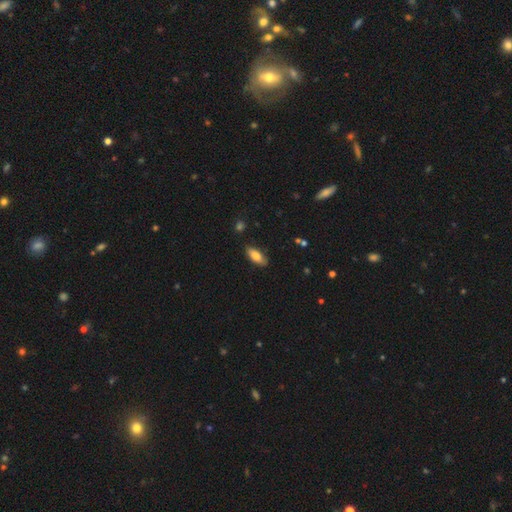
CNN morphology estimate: This is likely a smooth galaxy (80%). How rounded: clearly in between (84%). Merging: clearly none (81%).